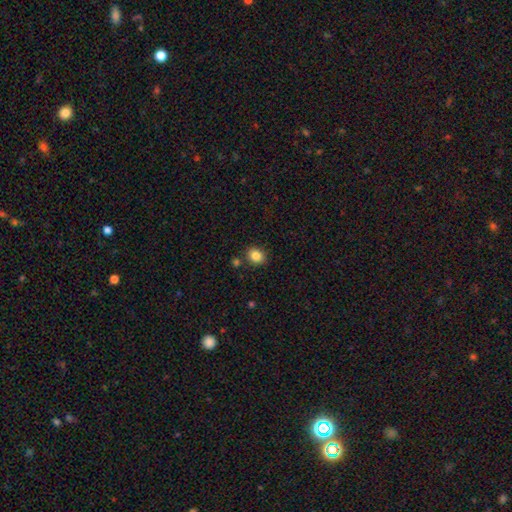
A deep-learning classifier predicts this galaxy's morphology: This is clearly a smooth galaxy (85%). How rounded: possibly round (59%). Merging: clearly none (83%).